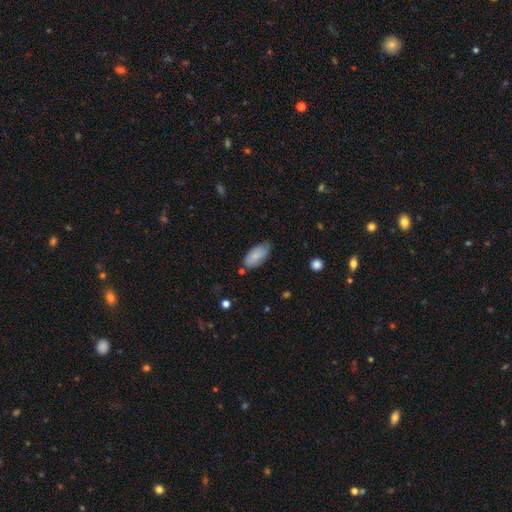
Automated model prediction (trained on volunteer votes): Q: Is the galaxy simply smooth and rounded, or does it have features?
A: smooth — 83%.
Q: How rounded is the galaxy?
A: in between — 91%.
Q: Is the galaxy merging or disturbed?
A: none — 65%.